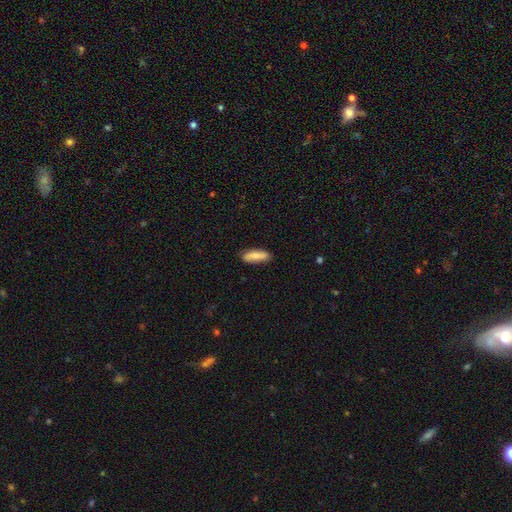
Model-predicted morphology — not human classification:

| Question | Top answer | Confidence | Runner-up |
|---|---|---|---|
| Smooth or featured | smooth | 77% | featured or disk (17%) |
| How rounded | cigar-shaped | 51% | in between (47%) |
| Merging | none | 85% | minor disturbance (12%) |